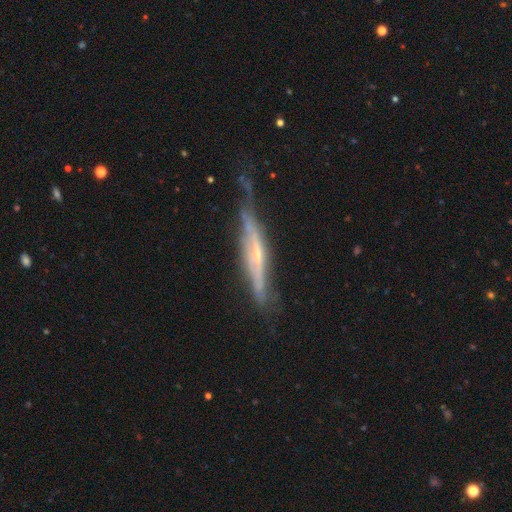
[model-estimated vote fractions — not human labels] Overall: featured or disk (79%). Edge-on disk: yes (86%). Edge-on bulge: rounded (61%; none 31%). Merging: none (57%; minor disturbance 30%).